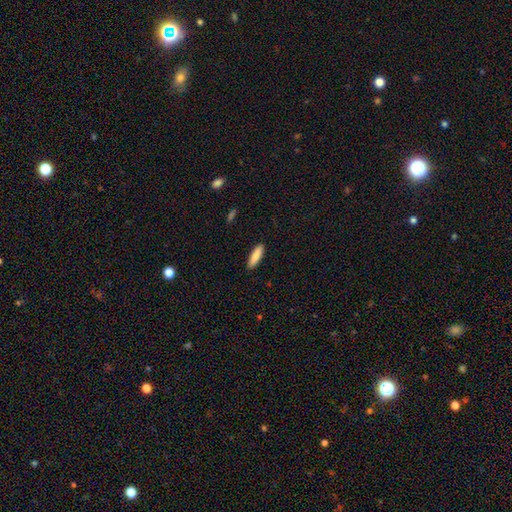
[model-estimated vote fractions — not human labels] A smooth galaxy with no disk features (86%) that is cigar-shaped (61%). Merging: none (90%).